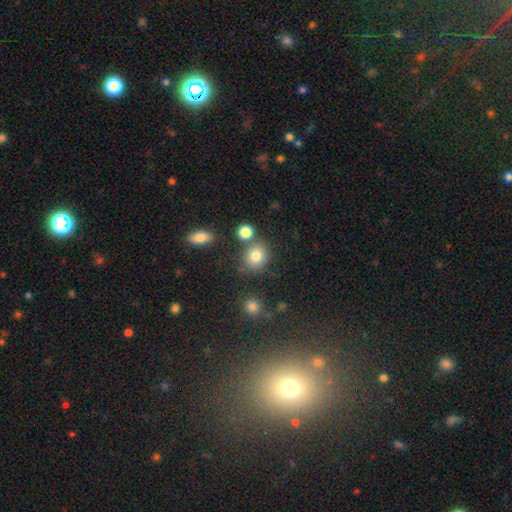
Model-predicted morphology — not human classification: This appears to be a smooth galaxy with no disk features (80%) that is round (69%). Merging: none (72%).